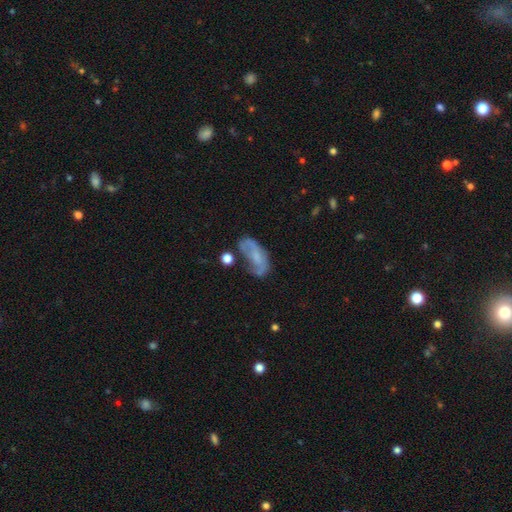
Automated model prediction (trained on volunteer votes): Smooth or featured: featured or disk — 45% (smooth — 44%)
Merging: none — 36% (major disturbance — 28%)